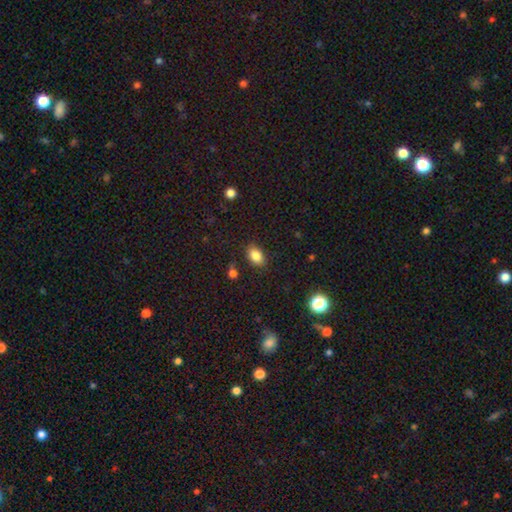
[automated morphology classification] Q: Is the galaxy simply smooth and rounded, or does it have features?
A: smooth — 84%.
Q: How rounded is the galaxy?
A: in between — 83%.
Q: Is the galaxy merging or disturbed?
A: none — 84%.